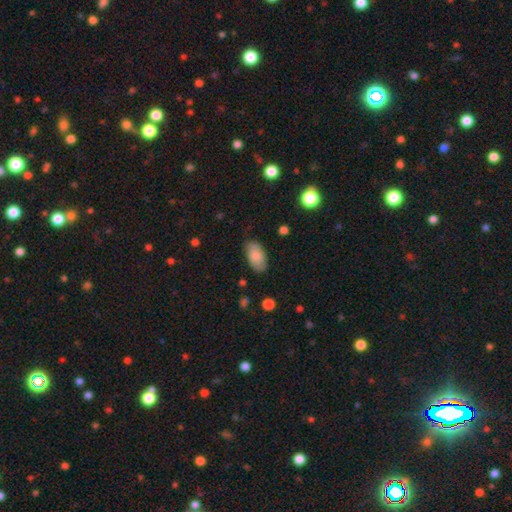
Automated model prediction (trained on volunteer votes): Overall: smooth (82%). How rounded: in between (94%). Merging: none (81%).